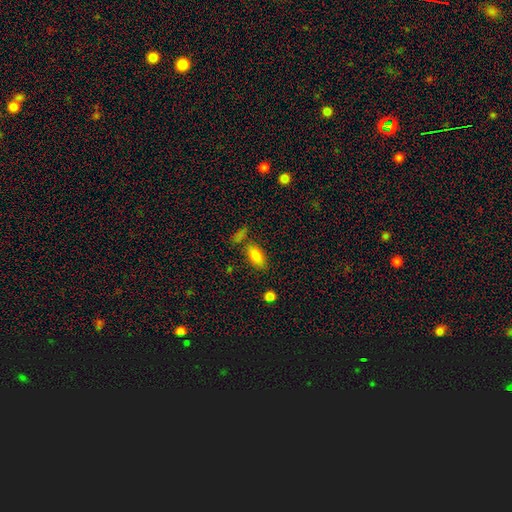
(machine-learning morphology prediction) Smooth or featured? smooth (82%)
How rounded? in between (89%)
Merging? none (70%)